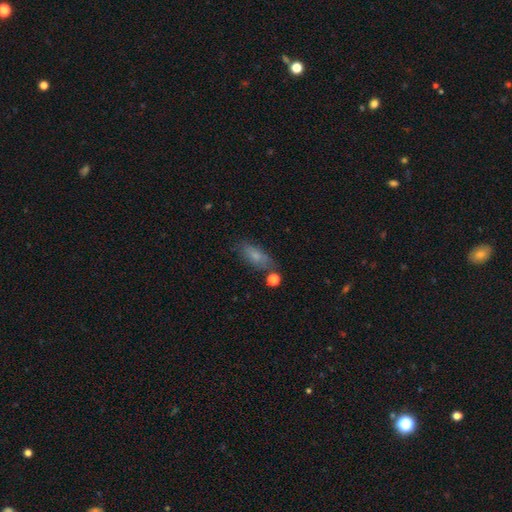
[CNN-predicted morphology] Smooth or featured? smooth (73%)
How rounded? in between (74%)
Merging? none (68%)